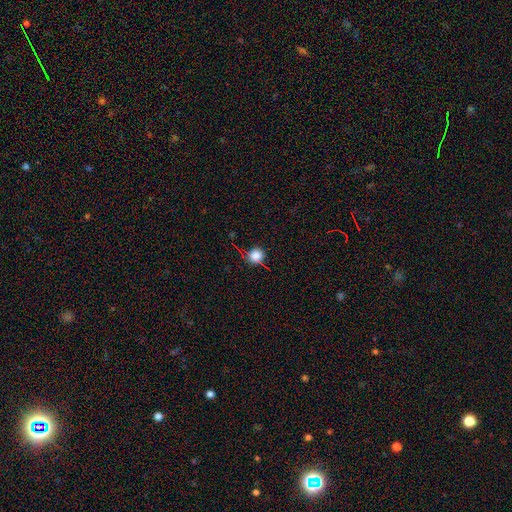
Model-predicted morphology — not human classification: Smooth or featured: smooth — 79% (star or artifact — 14%)
How rounded: round — 91% (in between — 8%)
Merging: none — 74% (minor disturbance — 18%)